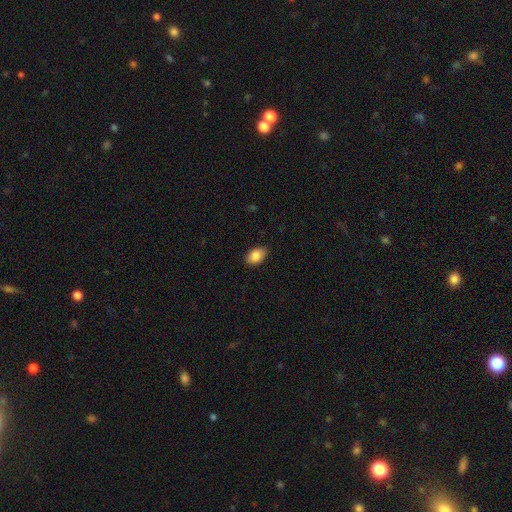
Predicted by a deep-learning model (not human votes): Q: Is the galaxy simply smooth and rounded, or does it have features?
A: smooth — 87%.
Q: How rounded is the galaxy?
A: in between — 88%.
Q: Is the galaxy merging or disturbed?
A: none — 86%.